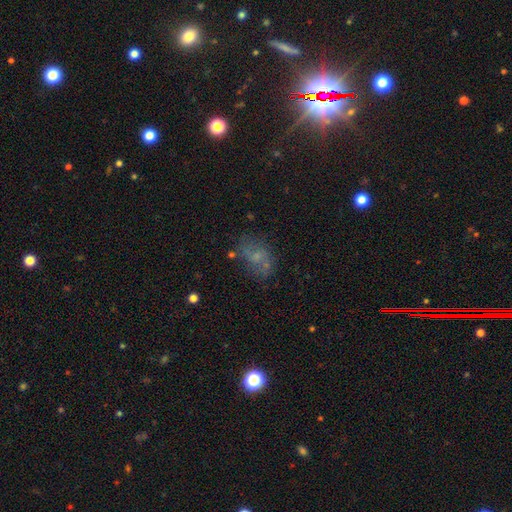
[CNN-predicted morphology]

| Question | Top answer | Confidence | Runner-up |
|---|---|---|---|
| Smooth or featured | featured or disk | 46% | smooth (38%) |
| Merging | none | 57% | minor disturbance (21%) |